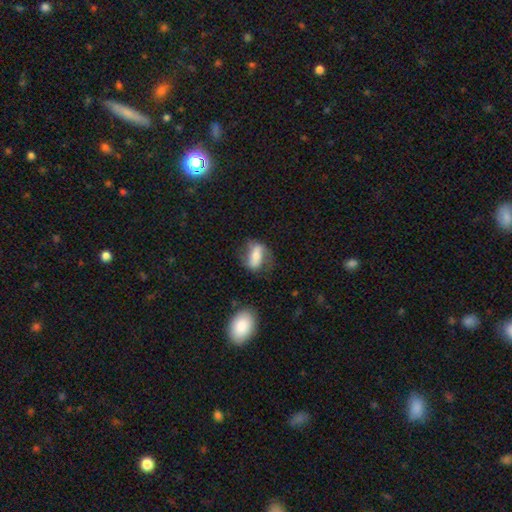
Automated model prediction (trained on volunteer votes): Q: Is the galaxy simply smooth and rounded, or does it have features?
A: featured or disk — 49%.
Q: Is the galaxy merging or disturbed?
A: none — 59%.